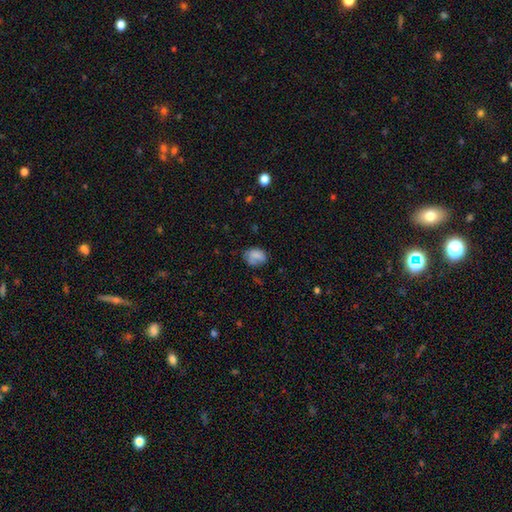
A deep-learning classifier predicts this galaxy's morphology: type=smooth (78%); roundness=in between (68%); merging=none (55%).